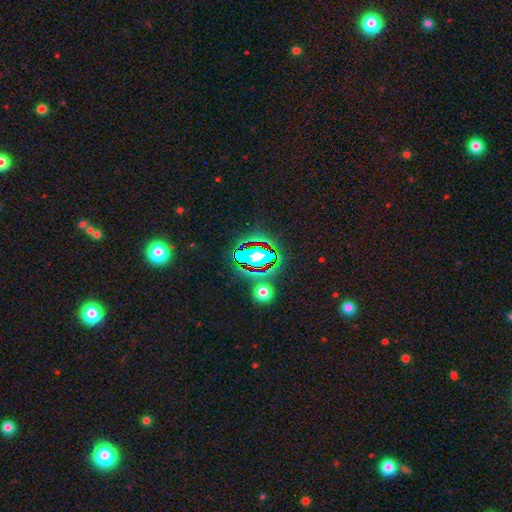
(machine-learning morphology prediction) Overall: star or artifact (71%).